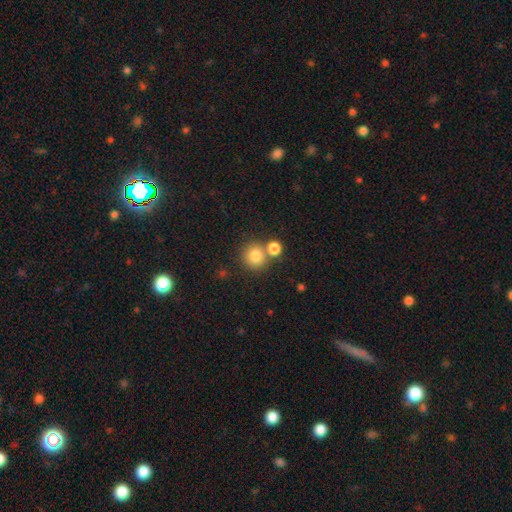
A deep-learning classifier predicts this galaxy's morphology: Smooth or featured?
  - smooth: 81% *
  - star or artifact: 11%
  - featured or disk: 7%
How rounded?
  - round: 90% *
  - in between: 9%
  - cigar-shaped: 1%
Merging?
  - none: 64% *
  - merger: 25%
  - minor disturbance: 8%
  - major disturbance: 3%